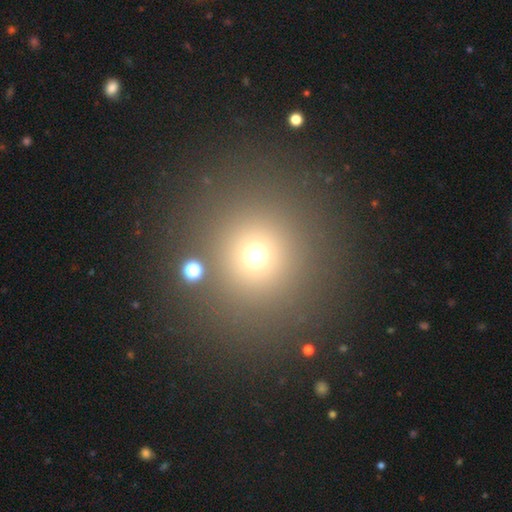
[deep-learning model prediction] smooth 66%, star or artifact 25%, featured or disk 8%. Down the decision tree: how rounded — round (92%); merging — none (85%).